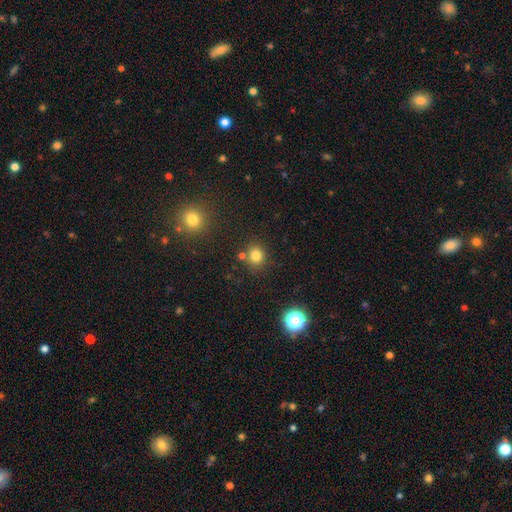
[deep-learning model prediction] Overall: smooth (79%). How rounded: round (84%). Merging: none (76%).